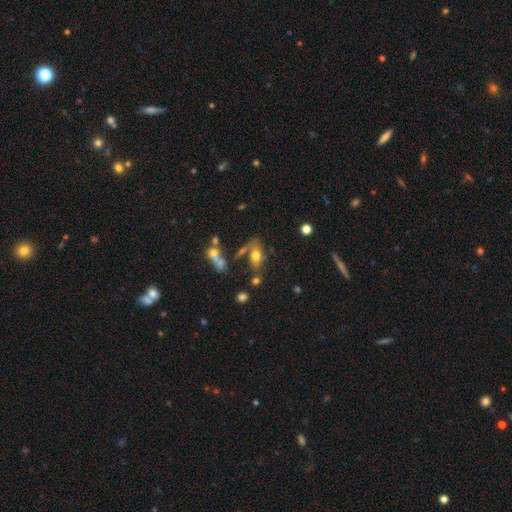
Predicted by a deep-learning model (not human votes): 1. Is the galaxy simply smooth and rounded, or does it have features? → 62% smooth, 27% featured or disk, 11% star or artifact.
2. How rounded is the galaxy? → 80% in between, 12% cigar-shaped, 9% round.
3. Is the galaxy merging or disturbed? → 44% none, 23% merger, 19% minor disturbance, 14% major disturbance.